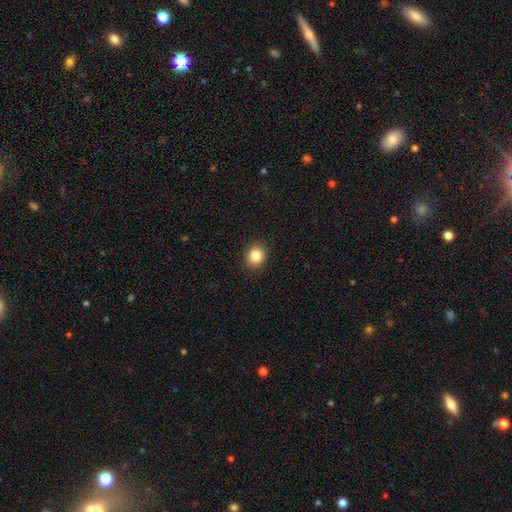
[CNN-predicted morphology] type=smooth (86%); roundness=round (76%); merging=none (91%).